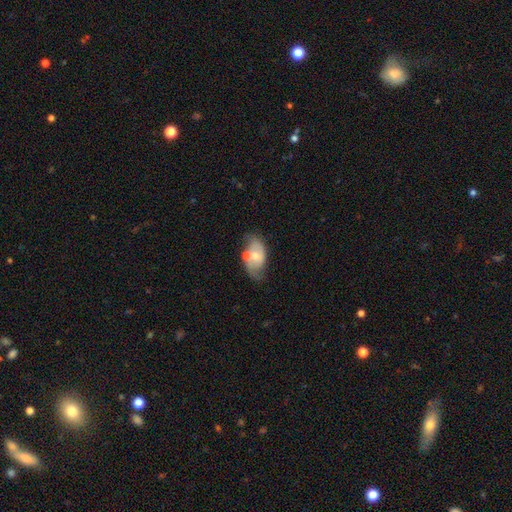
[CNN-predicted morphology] featured or disk 50%, smooth 44%, star or artifact 7%. Down the decision tree: merging — none (46%).